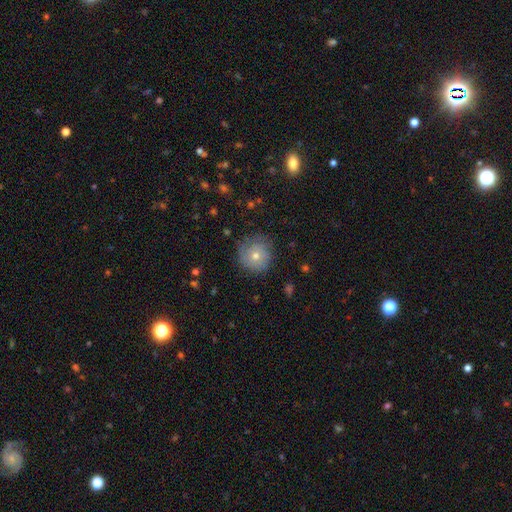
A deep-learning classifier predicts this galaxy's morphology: smooth 50%, featured or disk 37%, star or artifact 13%. Down the decision tree: merging — none (78%).